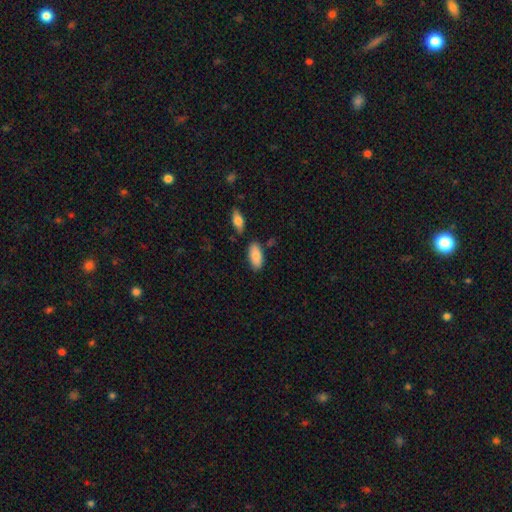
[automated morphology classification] Overall: smooth (84%). How rounded: in between (92%). Merging: none (78%).